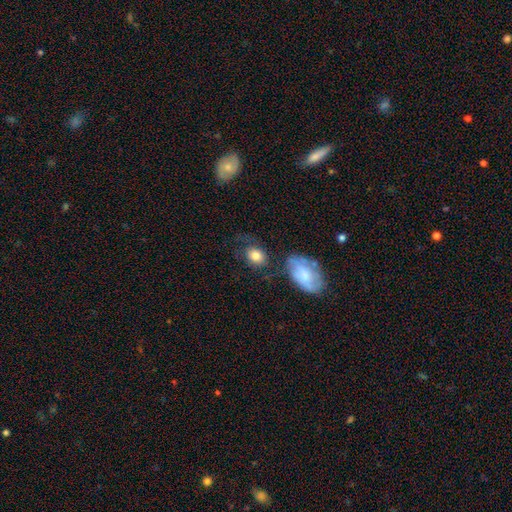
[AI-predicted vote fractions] A smooth galaxy with no disk features (78%) that is in between round and cigar-shaped (57%). Merging: none (57%).